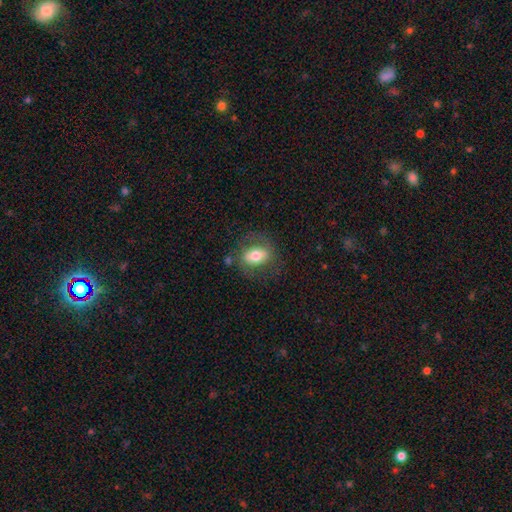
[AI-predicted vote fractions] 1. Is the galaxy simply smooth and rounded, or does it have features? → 63% smooth, 29% featured or disk, 8% star or artifact.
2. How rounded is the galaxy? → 73% in between, 25% round, 2% cigar-shaped.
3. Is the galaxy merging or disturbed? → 70% none, 17% minor disturbance, 10% major disturbance, 3% merger.